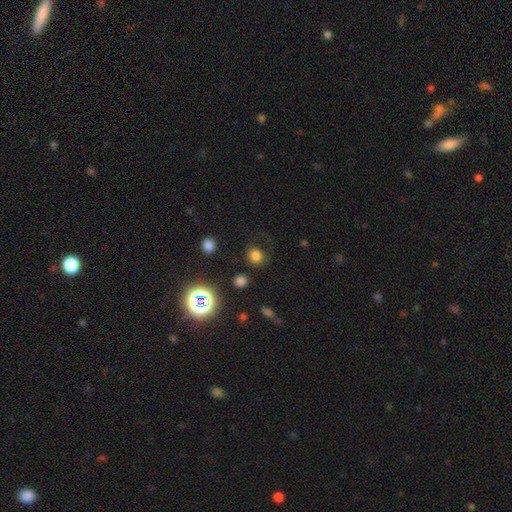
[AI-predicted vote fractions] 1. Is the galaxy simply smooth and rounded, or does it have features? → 74% smooth, 20% star or artifact, 6% featured or disk.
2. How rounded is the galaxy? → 80% round, 19% in between, 1% cigar-shaped.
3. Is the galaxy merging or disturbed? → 79% none, 12% minor disturbance, 6% major disturbance, 3% merger.